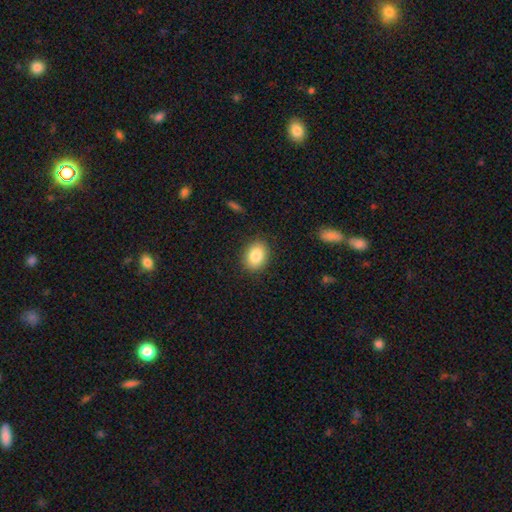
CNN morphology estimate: smooth 85%, star or artifact 8%, featured or disk 7%. Down the decision tree: how rounded — in between (65%); merging — none (87%).